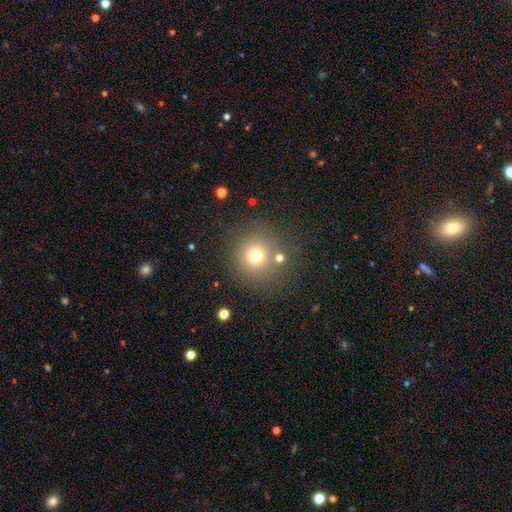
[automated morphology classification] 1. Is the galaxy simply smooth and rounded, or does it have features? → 70% smooth, 18% star or artifact, 12% featured or disk.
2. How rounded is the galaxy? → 94% round, 6% in between, 1% cigar-shaped.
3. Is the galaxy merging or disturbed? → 76% none, 9% merger, 9% minor disturbance, 5% major disturbance.